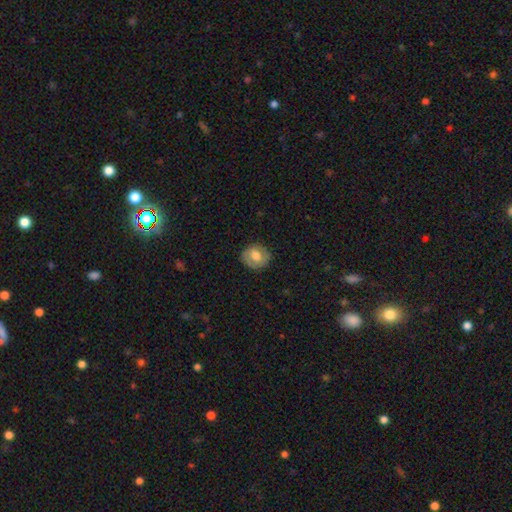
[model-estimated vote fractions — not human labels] A smooth galaxy with no disk features (60%) that is round (71%). Merging: none (82%).